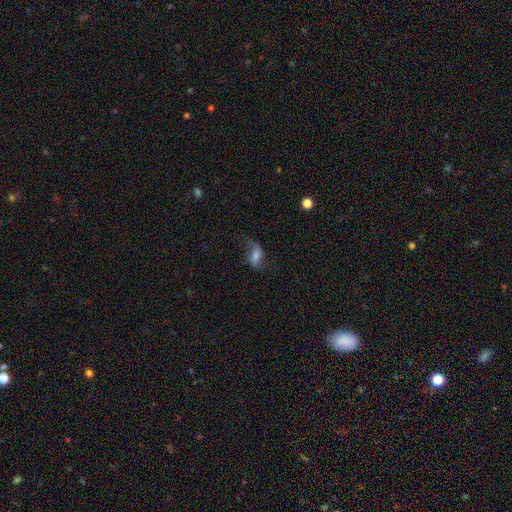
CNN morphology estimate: type=smooth (57%); roundness=in between (85%); merging=none (51%).